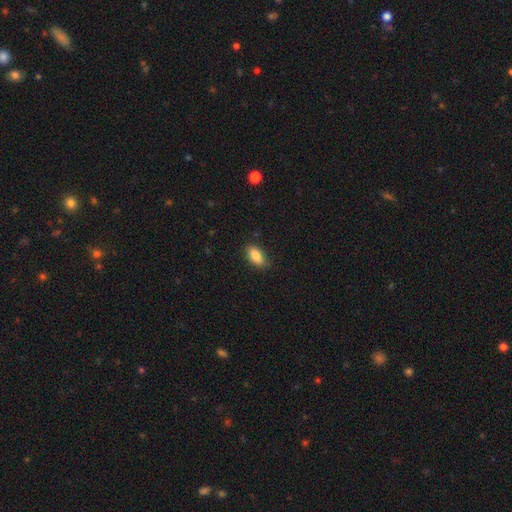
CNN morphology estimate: smooth 83%, featured or disk 9%, star or artifact 8%. Down the decision tree: how rounded — in between (90%); merging — none (84%).